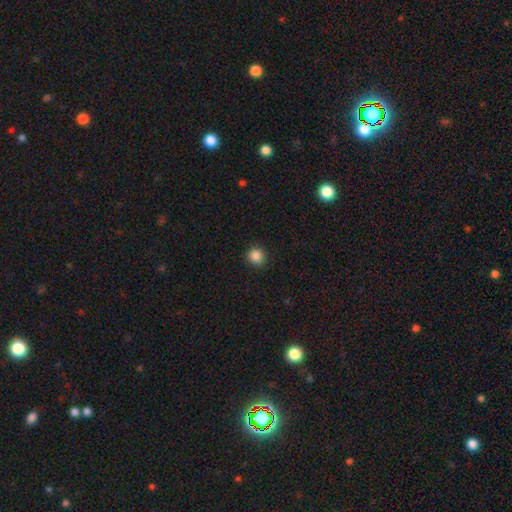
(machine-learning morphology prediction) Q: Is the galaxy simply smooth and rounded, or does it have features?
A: smooth — 86%.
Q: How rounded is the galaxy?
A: round — 91%.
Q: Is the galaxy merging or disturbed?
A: none — 91%.